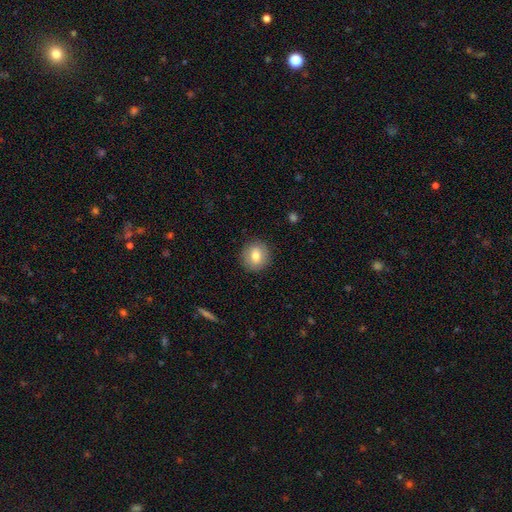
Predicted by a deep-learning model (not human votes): Smooth or featured: smooth — 78% (featured or disk — 13%)
How rounded: round — 85% (in between — 14%)
Merging: none — 89% (minor disturbance — 7%)